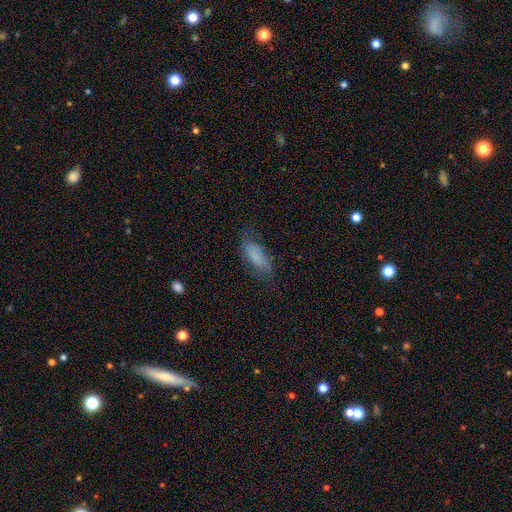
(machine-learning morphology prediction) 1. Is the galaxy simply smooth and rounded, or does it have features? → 68% smooth, 22% featured or disk, 10% star or artifact.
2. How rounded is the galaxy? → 75% in between, 22% cigar-shaped, 3% round.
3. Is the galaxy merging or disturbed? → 57% none, 27% minor disturbance, 14% major disturbance, 2% merger.